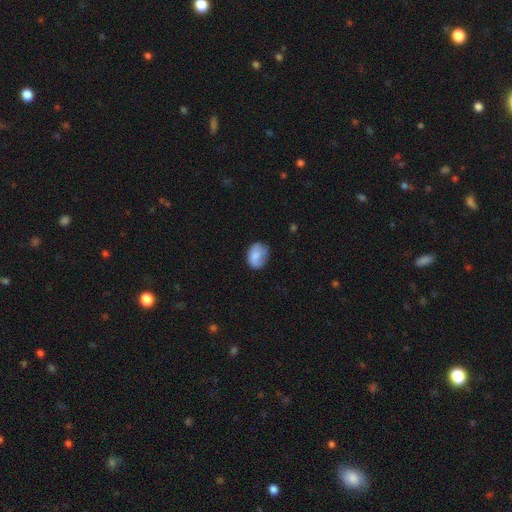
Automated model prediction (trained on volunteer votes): Smooth or featured? smooth (80%)
How rounded? in between (62%)
Merging? none (59%)